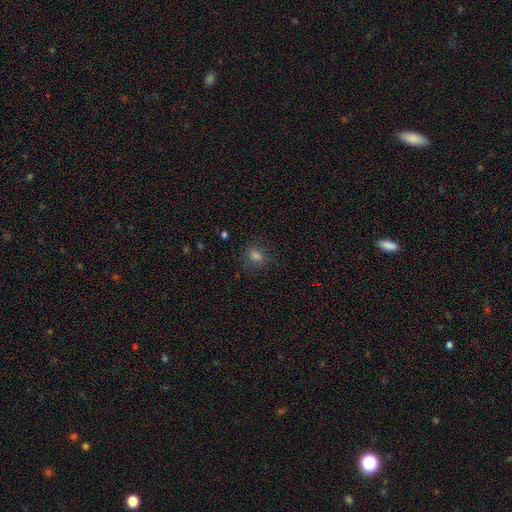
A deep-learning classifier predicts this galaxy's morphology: Smooth or featured: smooth — 75% (star or artifact — 19%)
How rounded: round — 49% (tied with in between — 49%)
Merging: none — 81% (minor disturbance — 13%)